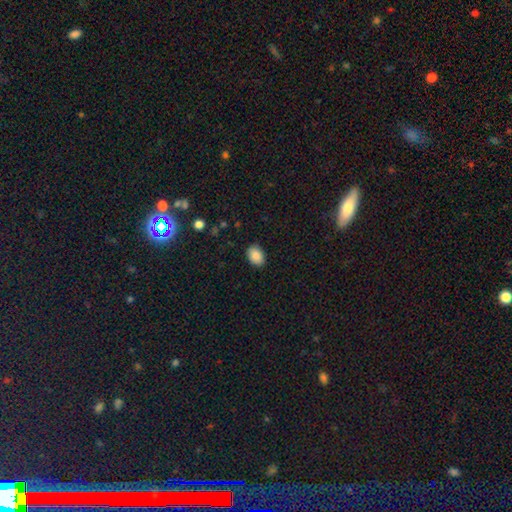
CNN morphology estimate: The model was most divided on "how rounded": in between: 76%, round: 23%, cigar-shaped: 1%. More confident: smooth or featured — smooth (88%); merging — none (88%).